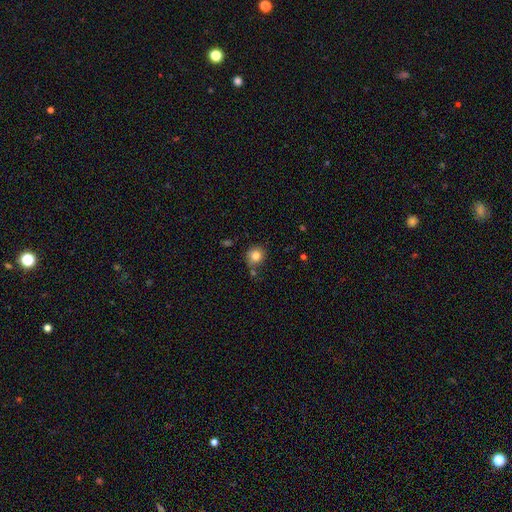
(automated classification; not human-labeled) smooth-or-featured: smooth: 82% | star or artifact: 11% | featured or disk: 7%
  how-rounded: round: 86% | in between: 13% | cigar-shaped: 1%
  merging: none: 74% | minor disturbance: 15% | merger: 7% | major disturbance: 4%